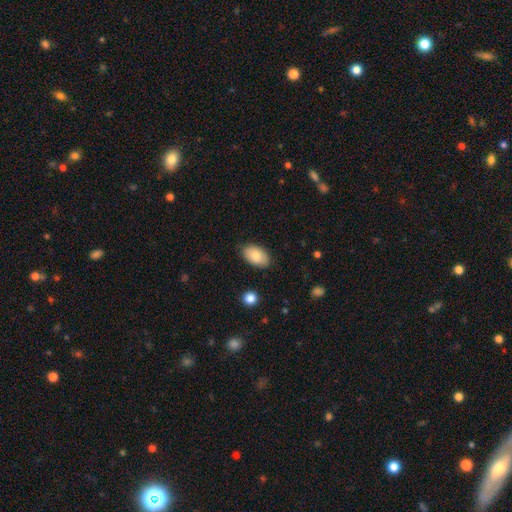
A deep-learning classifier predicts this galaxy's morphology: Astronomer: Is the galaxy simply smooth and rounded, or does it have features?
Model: smooth — 83%.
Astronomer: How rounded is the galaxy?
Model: in between — 94%.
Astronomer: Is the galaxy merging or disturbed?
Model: none — 84%.